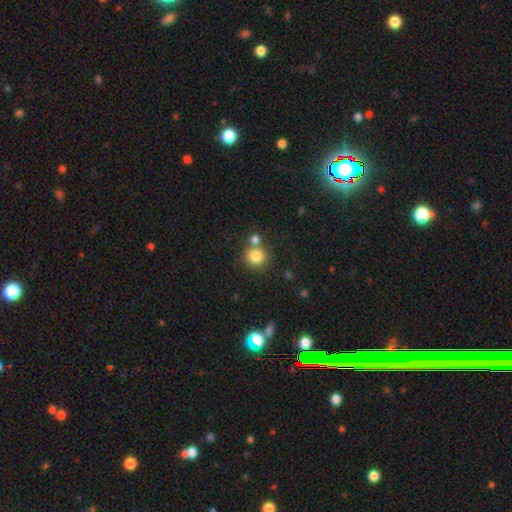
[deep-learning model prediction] A smooth galaxy with no disk features (81%) that is round (90%).

Vote fractions:
- Smooth or featured? smooth: 81% / star or artifact: 11% / featured or disk: 7%
- How rounded? round: 90% / in between: 9% / cigar-shaped: 1%
- Merging? none: 62% / merger: 26% / minor disturbance: 8% / major disturbance: 3%